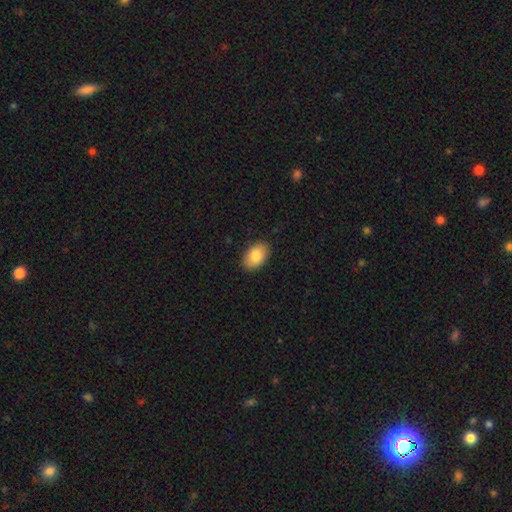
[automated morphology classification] smooth_or_featured: smooth (p=0.86) [alt: featured or disk p=0.08]
how_rounded: in between (p=0.92) [alt: round p=0.07]
merging: none (p=0.88) [alt: minor disturbance p=0.09]